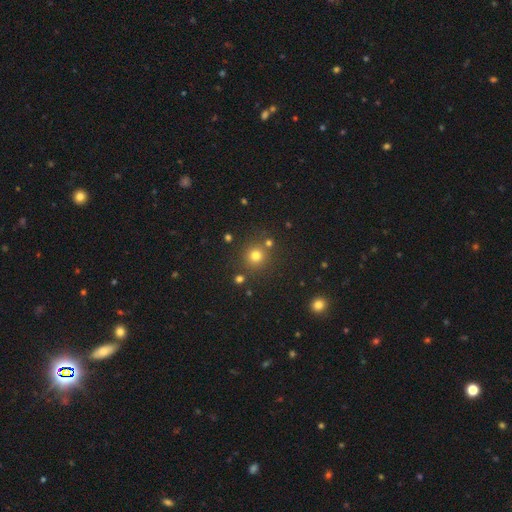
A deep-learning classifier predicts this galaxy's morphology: Smooth or featured: smooth — 75% (star or artifact — 18%)
How rounded: round — 92% (in between — 7%)
Merging: none — 81% (minor disturbance — 8%)